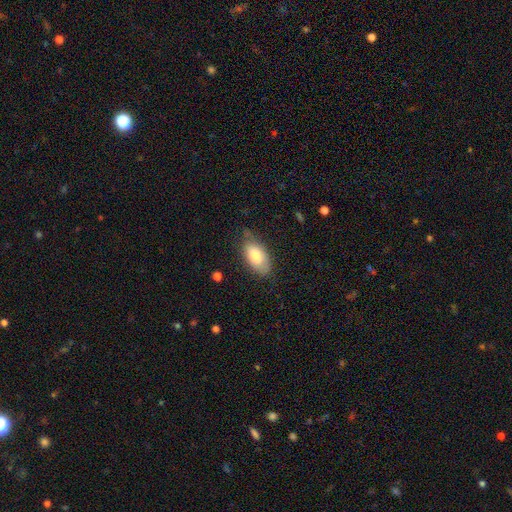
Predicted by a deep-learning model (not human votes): Overall: smooth (82%). How rounded: in between (94%). Merging: none (69%).